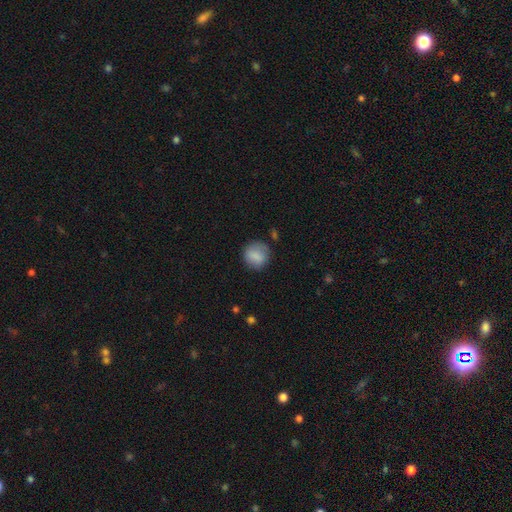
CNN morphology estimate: Smooth or featured: smooth — 85% (star or artifact — 8%)
How rounded: round — 85% (in between — 14%)
Merging: none — 78% (minor disturbance — 16%)